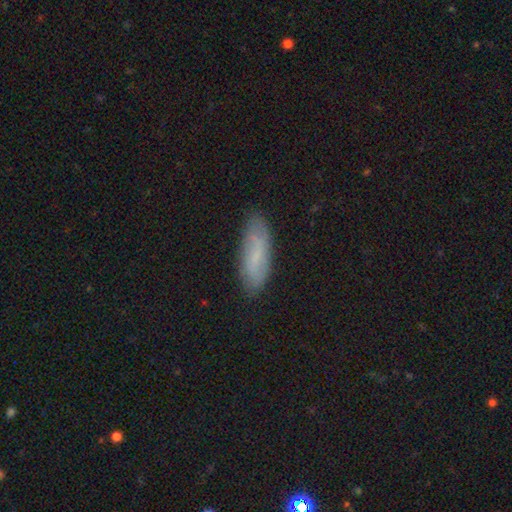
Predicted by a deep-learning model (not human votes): A smooth galaxy with no disk features (61%) that is in between round and cigar-shaped (59%).

Vote fractions:
- Smooth or featured? smooth: 61% / featured or disk: 30% / star or artifact: 9%
- How rounded? in between: 59% / cigar-shaped: 39% / round: 2%
- Merging? none: 81% / minor disturbance: 14% / major disturbance: 3% / merger: 1%